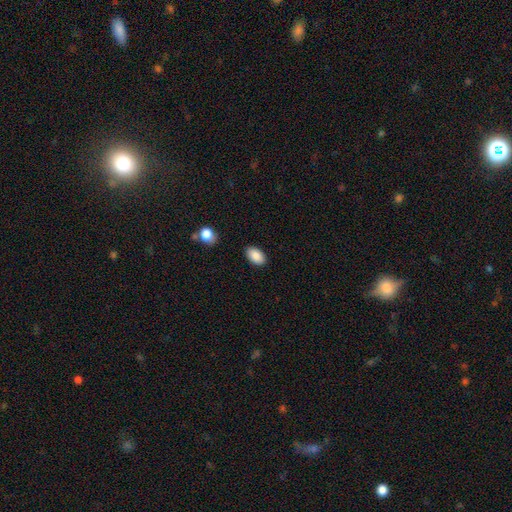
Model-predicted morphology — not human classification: Q: Smooth or featured?
A: smooth (88%); runner-up: star or artifact (7%)
Q: How rounded?
A: in between (92%); runner-up: round (6%)
Q: Merging?
A: none (87%); runner-up: minor disturbance (9%)